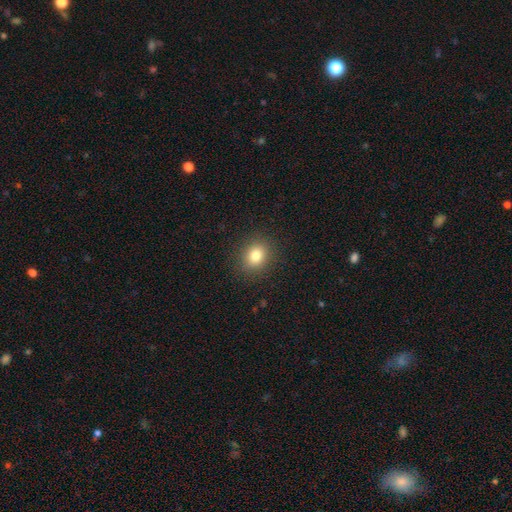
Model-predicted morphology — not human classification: Smooth or featured? smooth (81%)
How rounded? round (62%)
Merging? none (89%)